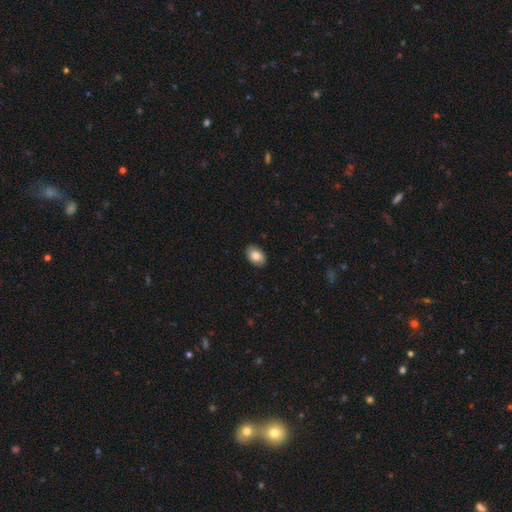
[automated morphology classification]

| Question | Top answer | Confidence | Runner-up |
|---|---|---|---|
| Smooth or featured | smooth | 82% | featured or disk (11%) |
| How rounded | in between | 86% | round (13%) |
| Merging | none | 87% | minor disturbance (10%) |